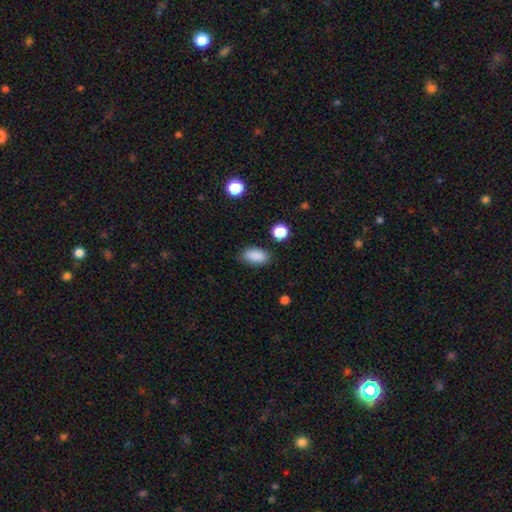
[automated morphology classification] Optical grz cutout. It shows a smooth galaxy with no disk features (89%) that is in between round and cigar-shaped (91%). Merging: none (84%).